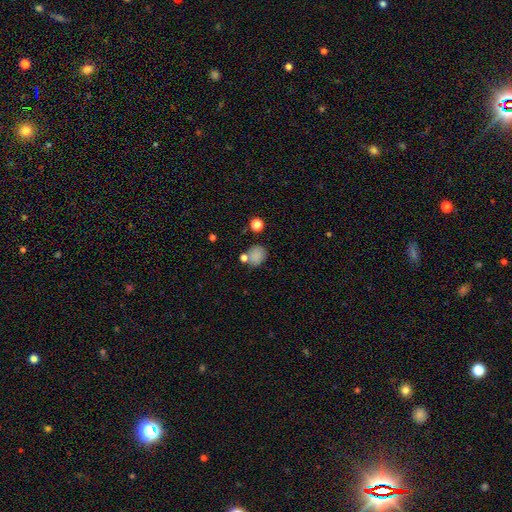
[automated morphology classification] type=smooth (81%); roundness=round (62%); merging=none (64%).